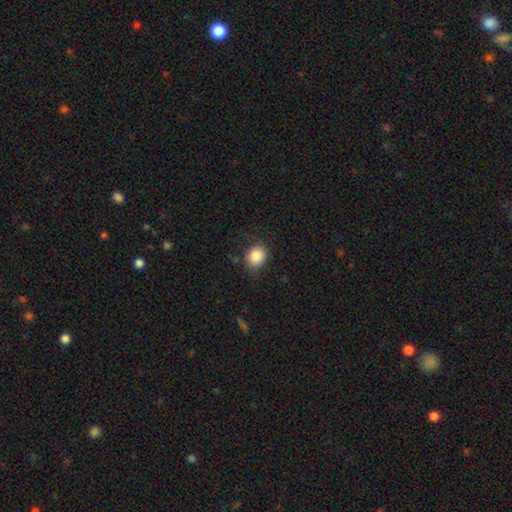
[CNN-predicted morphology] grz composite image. It shows a smooth galaxy with no disk features (85%) that is round (64%). Merging: none (79%).